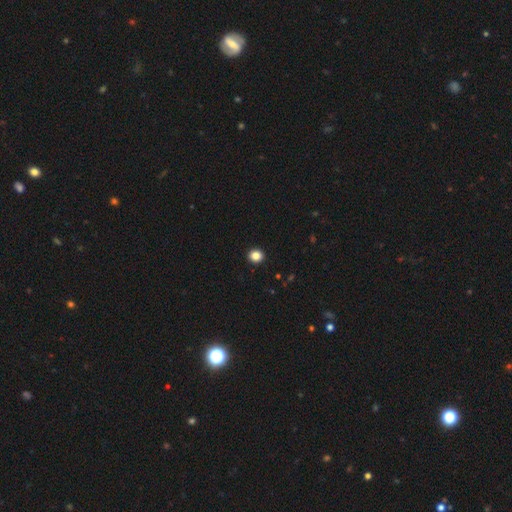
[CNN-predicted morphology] A smooth galaxy with no disk features (86%) that is round (85%). Merging: none (93%).